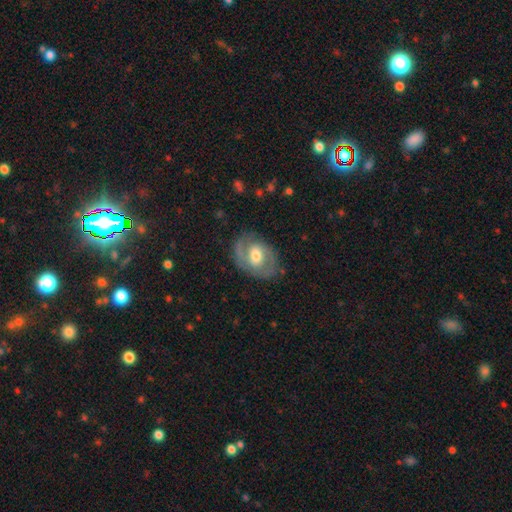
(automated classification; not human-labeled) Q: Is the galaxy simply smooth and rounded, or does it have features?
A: featured or disk — 70%.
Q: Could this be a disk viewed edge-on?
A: no — 96%.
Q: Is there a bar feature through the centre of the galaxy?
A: no — 43%.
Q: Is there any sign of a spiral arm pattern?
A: yes — 77%.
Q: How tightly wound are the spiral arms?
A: medium — 49%.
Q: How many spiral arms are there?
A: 2 — 81%.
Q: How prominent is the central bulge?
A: moderate — 66%.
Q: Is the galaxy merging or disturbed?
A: none — 77%.